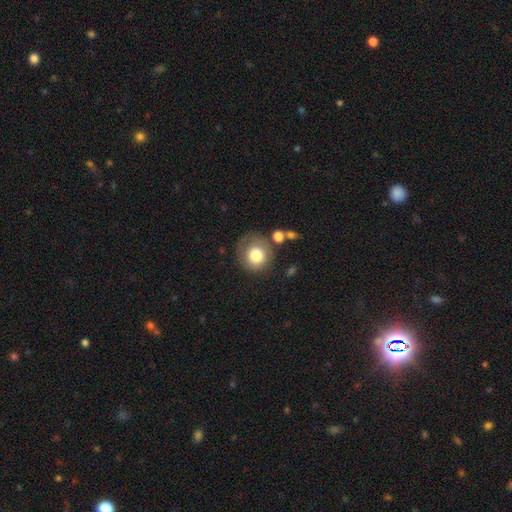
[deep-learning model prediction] Smooth or featured?
  - smooth: 77% *
  - featured or disk: 14%
  - star or artifact: 9%
How rounded?
  - round: 88% *
  - in between: 11%
  - cigar-shaped: 1%
Merging?
  - none: 64% *
  - minor disturbance: 20%
  - major disturbance: 10%
  - merger: 6%